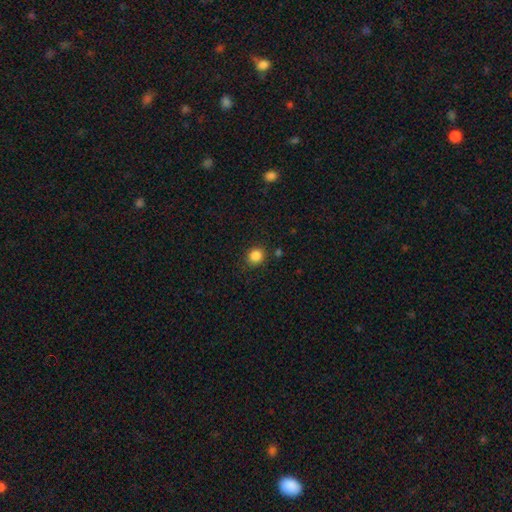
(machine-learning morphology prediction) This appears to be a smooth galaxy with no disk features (85%) that is round (80%). Merging: none (84%).